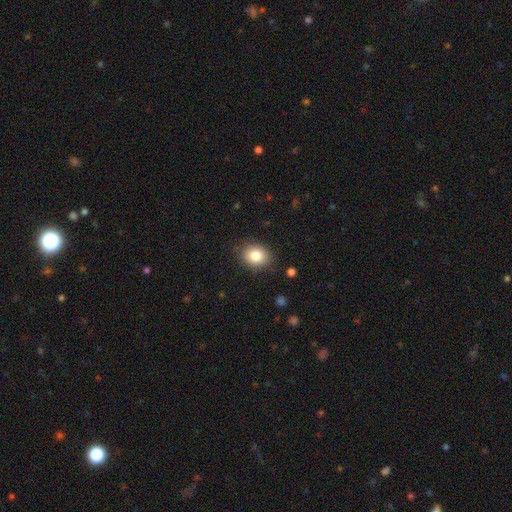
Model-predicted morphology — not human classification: A smooth galaxy with no disk features (83%) that is round (54%).

Vote fractions:
- Smooth or featured? smooth: 83% / star or artifact: 9% / featured or disk: 7%
- How rounded? round: 54% / in between: 45% / cigar-shaped: 1%
- Merging? none: 87% / minor disturbance: 10% / major disturbance: 3% / merger: 1%